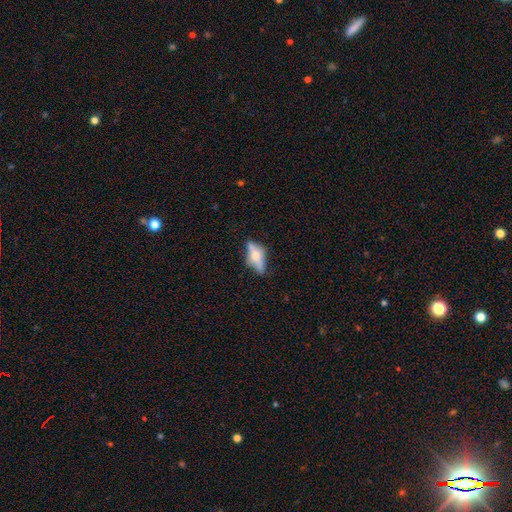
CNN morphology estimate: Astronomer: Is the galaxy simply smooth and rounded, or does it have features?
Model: smooth — 46% (runner-up: featured or disk, 45%).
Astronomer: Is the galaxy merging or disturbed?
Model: none — 59%.